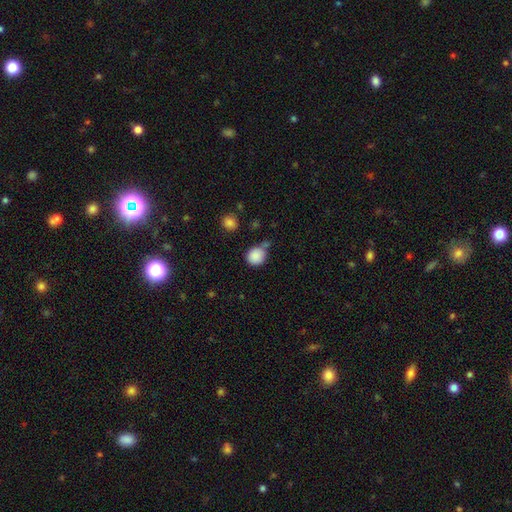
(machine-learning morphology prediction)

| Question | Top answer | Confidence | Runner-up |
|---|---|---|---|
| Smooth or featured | smooth | 87% | star or artifact (9%) |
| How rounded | round | 84% | in between (15%) |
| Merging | none | 66% | minor disturbance (18%) |